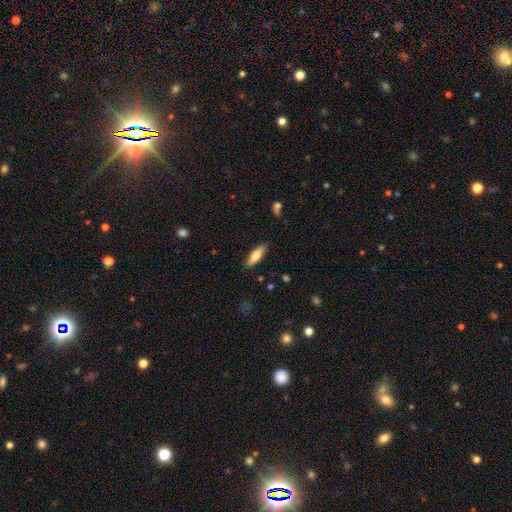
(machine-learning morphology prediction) This appears to be a smooth galaxy with no disk features (76%) that is in between round and cigar-shaped (58%). Merging: none (85%).